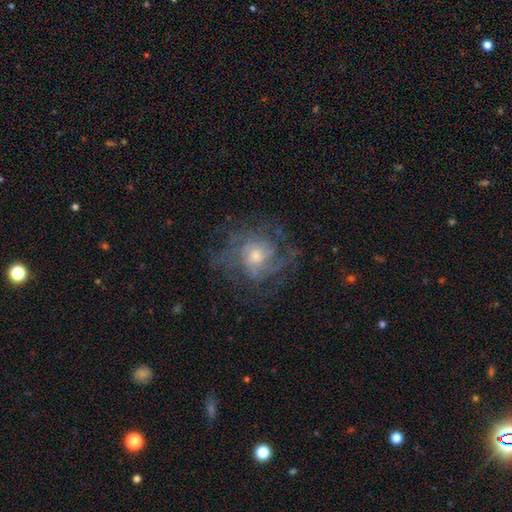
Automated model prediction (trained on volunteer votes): smooth_or_featured: featured or disk (p=0.70) [alt: smooth p=0.19]
disk_edge_on: no (p=0.97) [alt: yes p=0.03]
bar: no (p=0.76) [alt: weak p=0.21]
has_spiral_arms: yes (p=0.78) [alt: no p=0.22]
spiral_winding: tight (p=0.45) [alt: medium p=0.38]
spiral_arm_count: can't tell (p=0.49) [alt: 3 p=0.15]
bulge_size: moderate (p=0.57) [alt: small p=0.31]
merging: none (p=0.64) [alt: minor disturbance p=0.17]